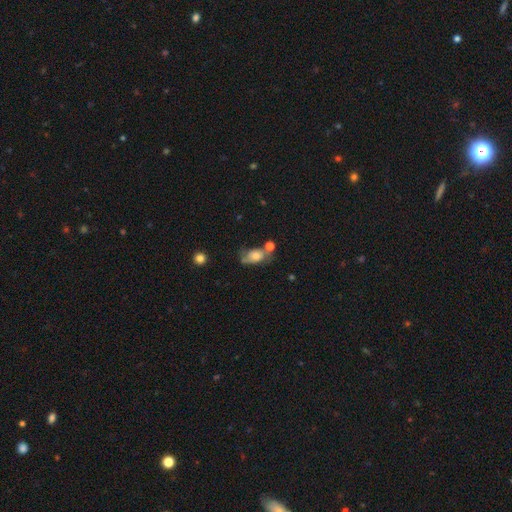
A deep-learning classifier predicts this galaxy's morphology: Q: Smooth or featured?
A: smooth (62%); runner-up: featured or disk (28%)
Q: How rounded?
A: in between (80%); runner-up: round (16%)
Q: Merging?
A: none (37%); runner-up: minor disturbance (25%)